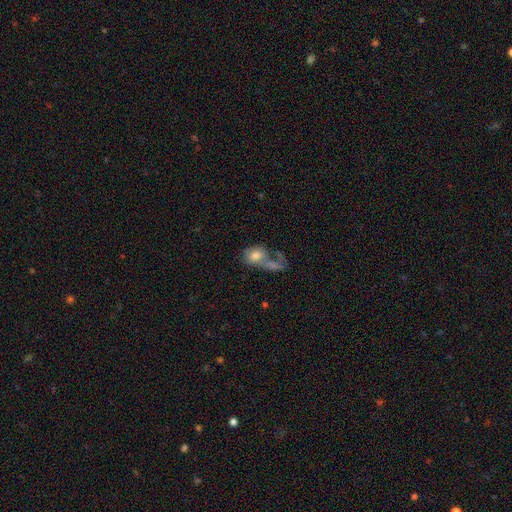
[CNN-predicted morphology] This appears to be a smooth galaxy with no disk features (68%) that is in between round and cigar-shaped (69%). Merging: merger (48%).